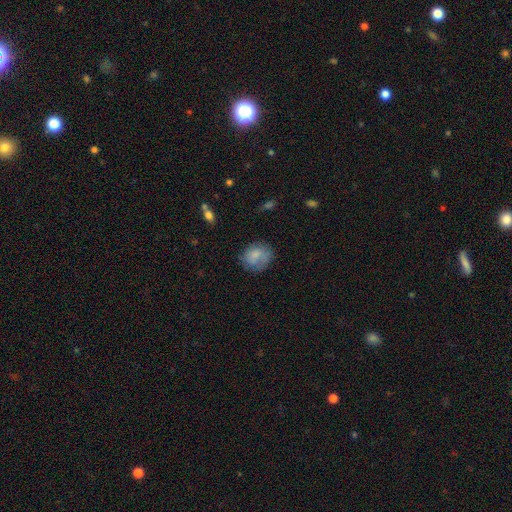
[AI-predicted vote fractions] smooth 74%, featured or disk 18%, star or artifact 8%. Down the decision tree: how rounded — round (67%); merging — none (62%).